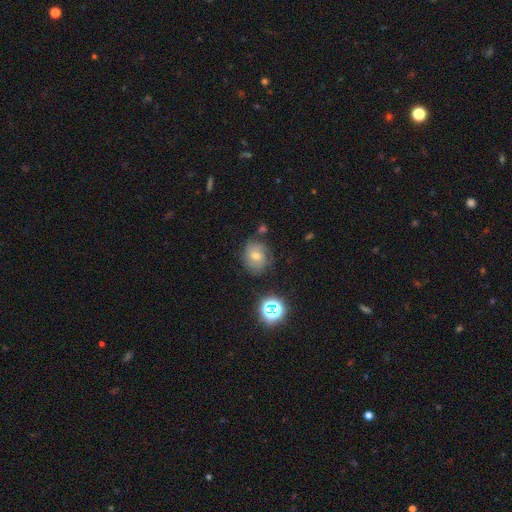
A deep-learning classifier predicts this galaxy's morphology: smooth 46%, featured or disk 36%, star or artifact 18%. Down the decision tree: merging — none (67%).